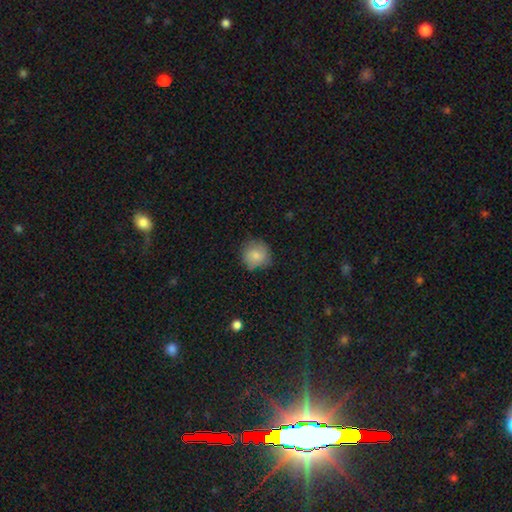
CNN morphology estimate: A smooth galaxy with no disk features (81%) that is round (89%). Merging: none (74%).